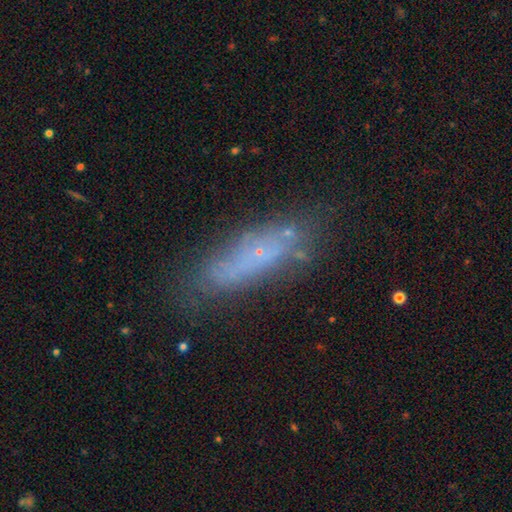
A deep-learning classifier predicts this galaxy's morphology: type=smooth (46%); merging=none (68%).